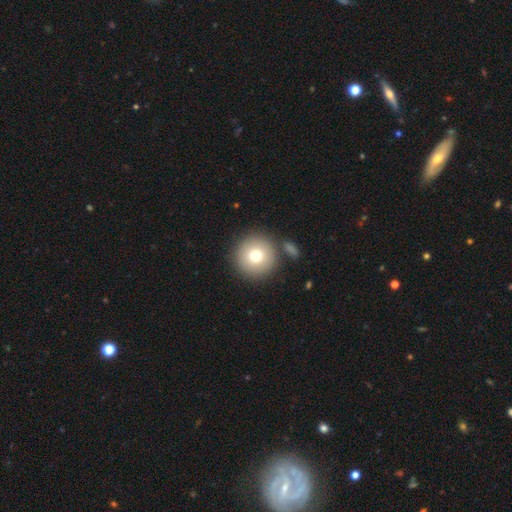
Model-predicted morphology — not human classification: Q: Smooth or featured?
A: smooth (75%); runner-up: featured or disk (14%)
Q: How rounded?
A: round (96%); runner-up: in between (3%)
Q: Merging?
A: none (81%); runner-up: merger (9%)